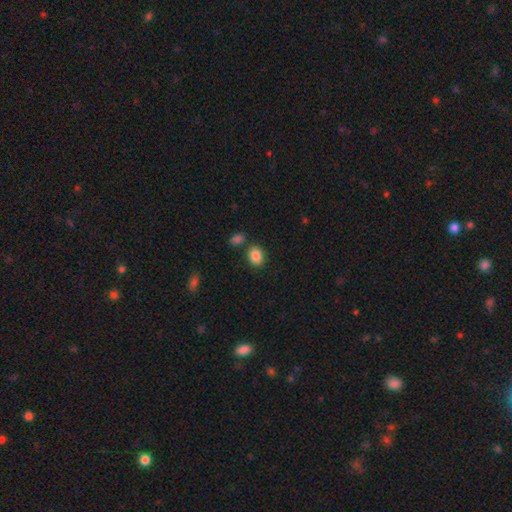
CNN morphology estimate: This is clearly a smooth galaxy (87%). How rounded: possibly in between (60%). Merging: likely none (77%).